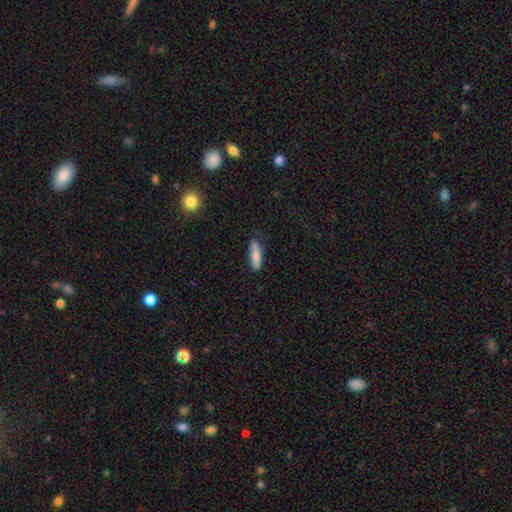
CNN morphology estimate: Smooth or featured: smooth — 78% (featured or disk — 16%)
How rounded: cigar-shaped — 52% (in between — 46%)
Merging: none — 75% (minor disturbance — 19%)